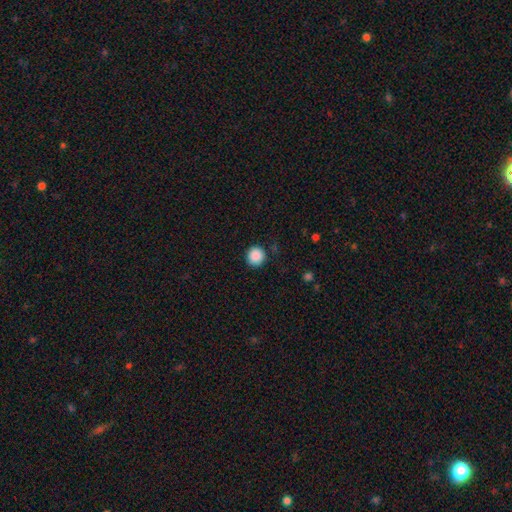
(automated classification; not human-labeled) Q: Smooth or featured?
A: smooth (89%); runner-up: star or artifact (9%)
Q: How rounded?
A: round (93%); runner-up: in between (6%)
Q: Merging?
A: none (88%); runner-up: minor disturbance (8%)